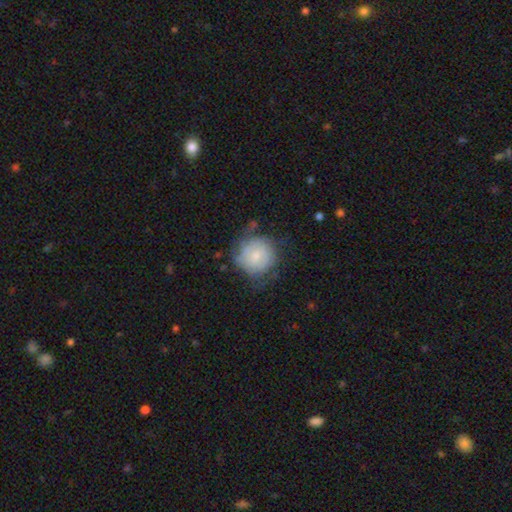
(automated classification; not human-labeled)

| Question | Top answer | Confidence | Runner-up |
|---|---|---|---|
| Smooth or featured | smooth | 61% | featured or disk (32%) |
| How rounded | round | 91% | in between (8%) |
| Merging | none | 56% | minor disturbance (28%) |